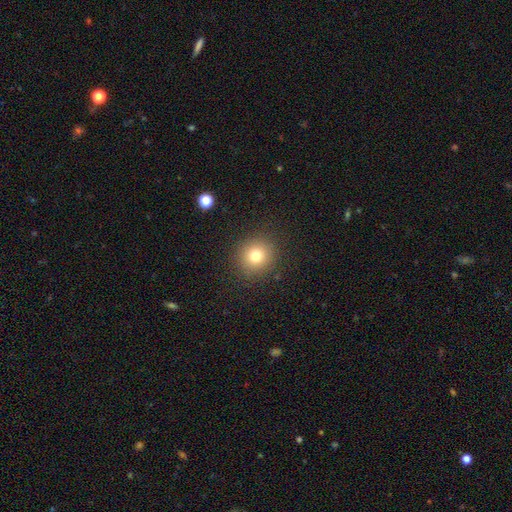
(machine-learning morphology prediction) type=smooth (77%); roundness=round (87%); merging=none (89%).